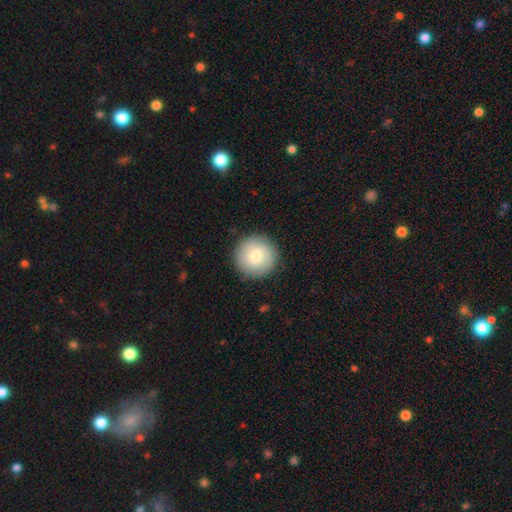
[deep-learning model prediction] This appears to be a smooth galaxy with no disk features (77%) that is round (96%). Merging: none (91%).